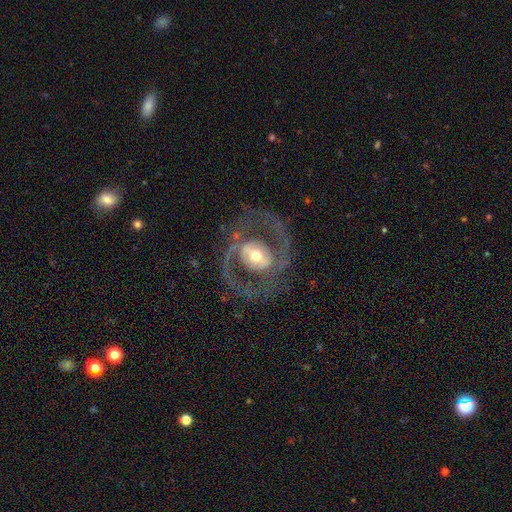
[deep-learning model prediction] Smooth or featured? Predicted: featured or disk (p=0.82). Edge-on disk? Predicted: no (p=0.96). Bar? Predicted: no (p=0.45). Spiral arms? Predicted: yes (p=0.77). Spiral winding? Predicted: medium (p=0.54). Spiral arm count? Predicted: 2 (p=0.87). Bulge size? Predicted: moderate (p=0.66). Merging? Predicted: none (p=0.74).